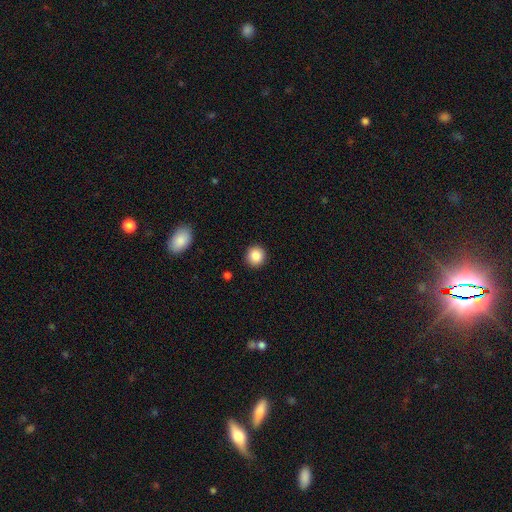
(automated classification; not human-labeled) This appears to be a smooth galaxy with no disk features (87%) that is round (92%). Merging: none (92%).